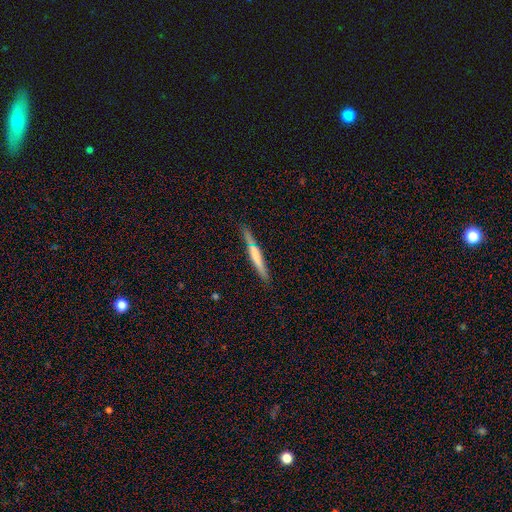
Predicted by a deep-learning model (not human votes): Smooth or featured: smooth — 56% (featured or disk — 38%)
How rounded: cigar-shaped — 94% (in between — 4%)
Merging: none — 80% (minor disturbance — 14%)